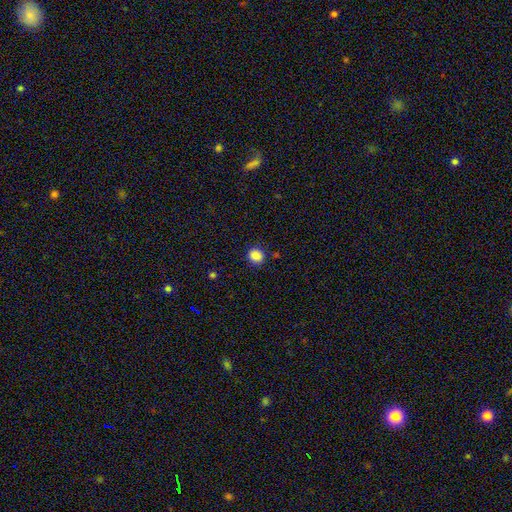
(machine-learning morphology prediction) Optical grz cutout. It shows a smooth galaxy with no disk features (87%) that is round (81%). Merging: none (86%).